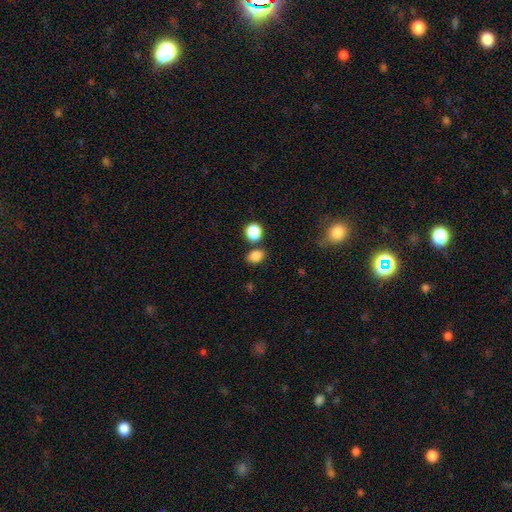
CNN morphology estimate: Smooth or featured?
  - smooth: 84% *
  - star or artifact: 11%
  - featured or disk: 5%
How rounded?
  - in between: 63% *
  - round: 36%
  - cigar-shaped: 1%
Merging?
  - none: 72% *
  - merger: 13%
  - minor disturbance: 12%
  - major disturbance: 3%